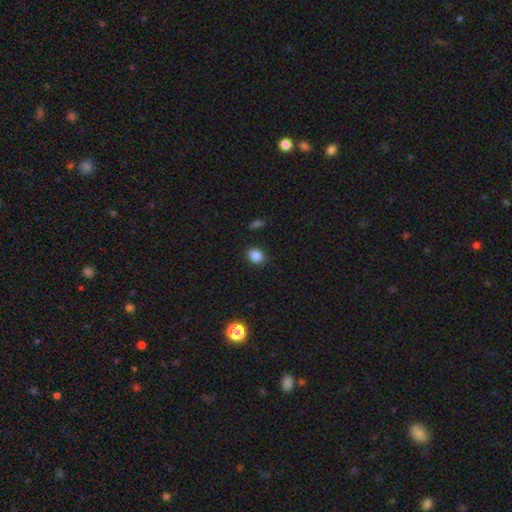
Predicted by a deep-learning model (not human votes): Morphology: type=smooth (85%); roundness=round (55%); merging=none (88%).